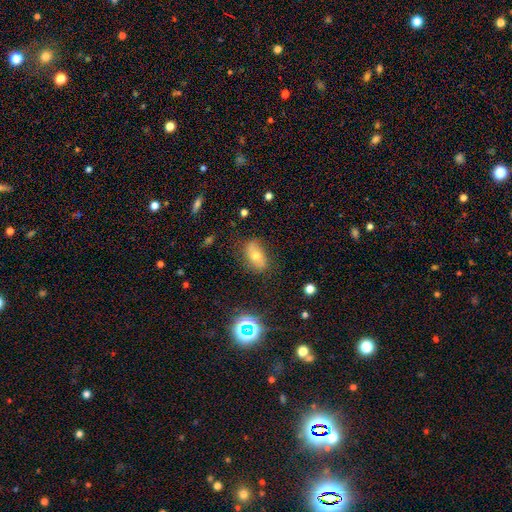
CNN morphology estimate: This is possibly a smooth galaxy (51%). How rounded: clearly in between (83%). Merging: likely none (75%).